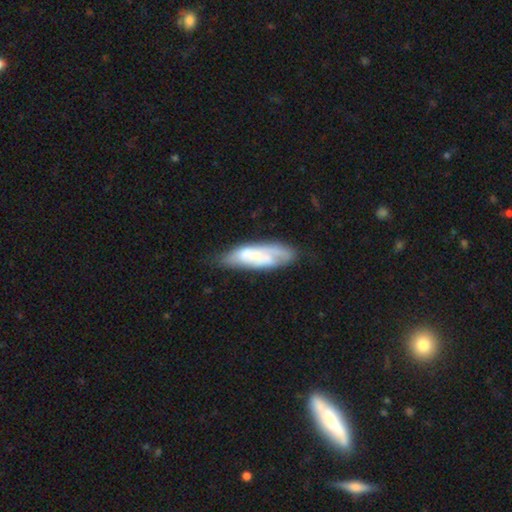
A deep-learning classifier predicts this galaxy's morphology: This is possibly a featured or disk galaxy (54%). It is clearly not viewed edge-on (82%). Merging: possibly none (57%).